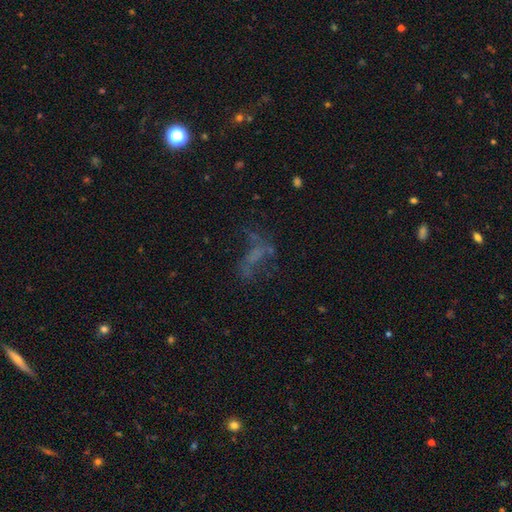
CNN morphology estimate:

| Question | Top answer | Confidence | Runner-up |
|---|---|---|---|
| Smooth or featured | featured or disk | 42% | star or artifact (30%) |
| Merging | none | 45% | major disturbance (32%) |